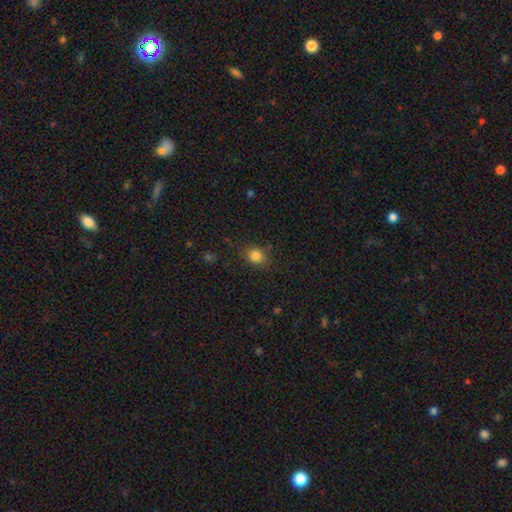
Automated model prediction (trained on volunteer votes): This is clearly a smooth galaxy (83%). How rounded: likely round (65%). Merging: clearly none (83%).